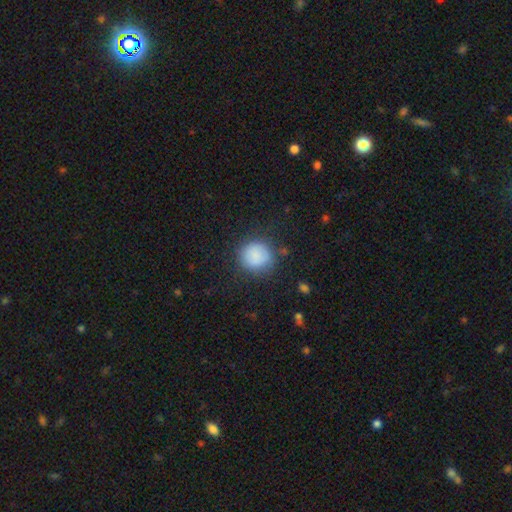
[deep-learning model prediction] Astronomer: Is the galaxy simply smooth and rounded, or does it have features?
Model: smooth — 84%.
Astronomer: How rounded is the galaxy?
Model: round — 89%.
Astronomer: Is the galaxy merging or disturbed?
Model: none — 76%.